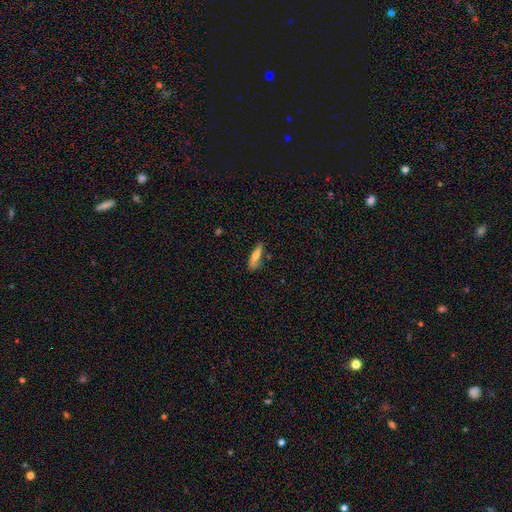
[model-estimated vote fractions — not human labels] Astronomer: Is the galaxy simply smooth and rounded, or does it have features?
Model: smooth — 71%.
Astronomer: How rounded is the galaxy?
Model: cigar-shaped — 64%.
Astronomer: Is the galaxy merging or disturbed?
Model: none — 63%.